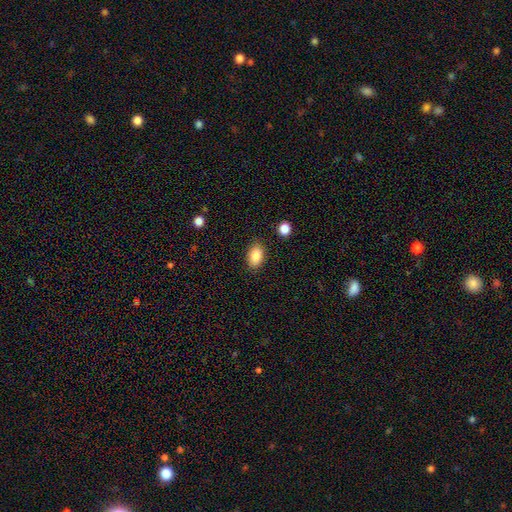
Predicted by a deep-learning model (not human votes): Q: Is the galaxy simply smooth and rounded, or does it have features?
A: smooth — 87%.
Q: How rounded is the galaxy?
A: in between — 89%.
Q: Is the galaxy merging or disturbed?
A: none — 86%.